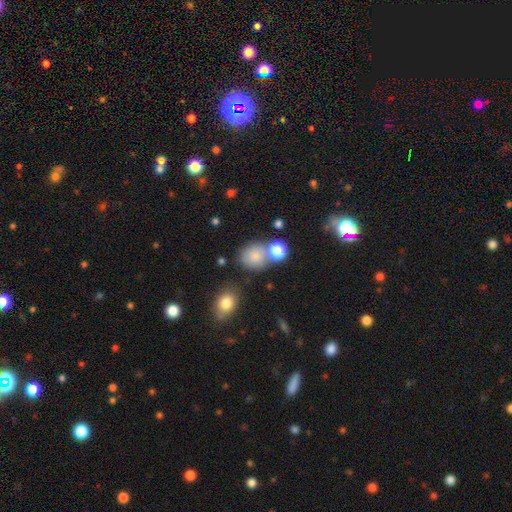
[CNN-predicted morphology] Overall: smooth (79%). How rounded: round (73%). Merging: none (57%; merger 22%).